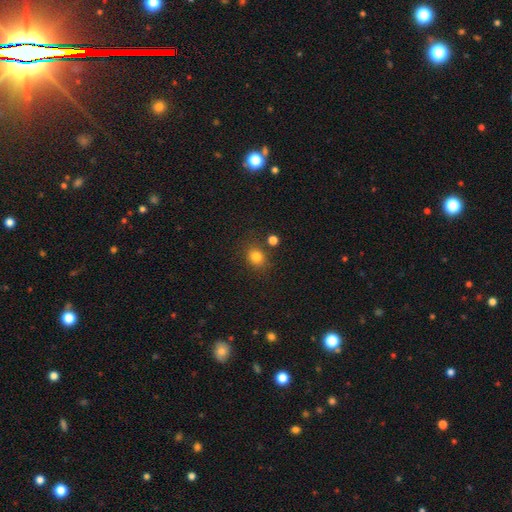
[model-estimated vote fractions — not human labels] A smooth galaxy with no disk features (80%) that is round (66%).

Vote fractions:
- Smooth or featured? smooth: 80% / star or artifact: 13% / featured or disk: 6%
- How rounded? round: 66% / in between: 33% / cigar-shaped: 1%
- Merging? none: 77% / minor disturbance: 12% / merger: 7% / major disturbance: 4%